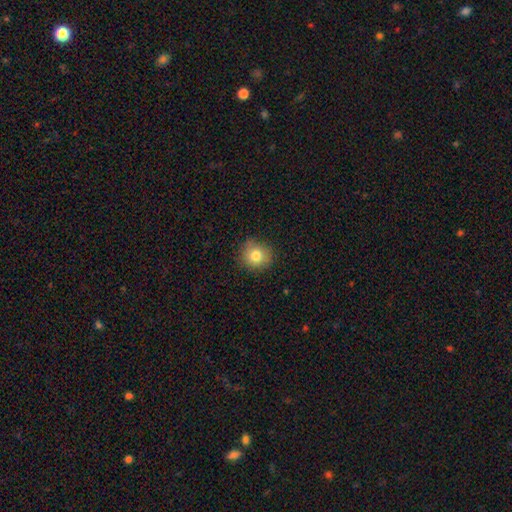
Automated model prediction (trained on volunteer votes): A smooth galaxy with no disk features (79%) that is round (89%).

Vote fractions:
- Smooth or featured? smooth: 79% / star or artifact: 11% / featured or disk: 10%
- How rounded? round: 89% / in between: 10% / cigar-shaped: 1%
- Merging? none: 84% / minor disturbance: 12% / major disturbance: 3% / merger: 1%